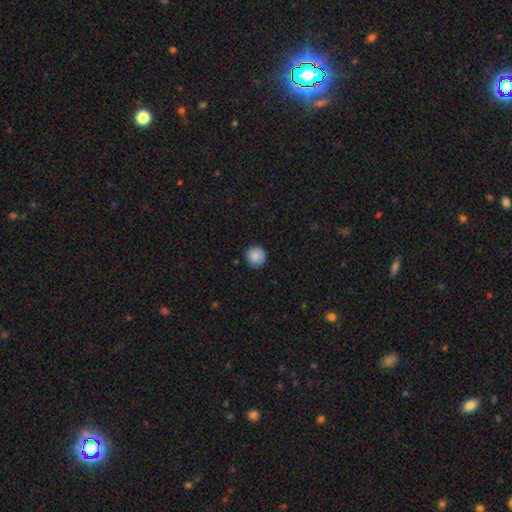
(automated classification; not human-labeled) Smooth or featured?
  - smooth: 87% *
  - star or artifact: 8%
  - featured or disk: 4%
How rounded?
  - round: 95% *
  - in between: 5%
  - cigar-shaped: 1%
Merging?
  - none: 88% *
  - minor disturbance: 9%
  - major disturbance: 2%
  - merger: 1%